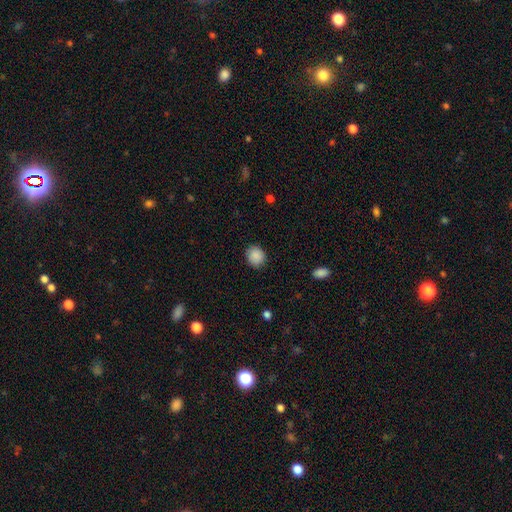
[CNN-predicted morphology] Overall: smooth (89%). How rounded: round (81%). Merging: none (88%).